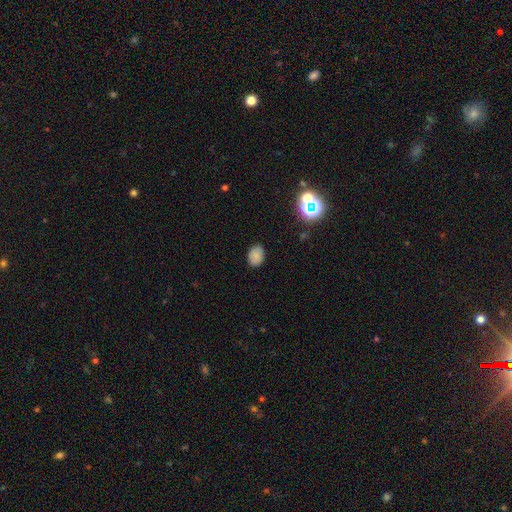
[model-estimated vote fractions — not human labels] Overall: smooth (79%). How rounded: in between (74%). Merging: none (85%).